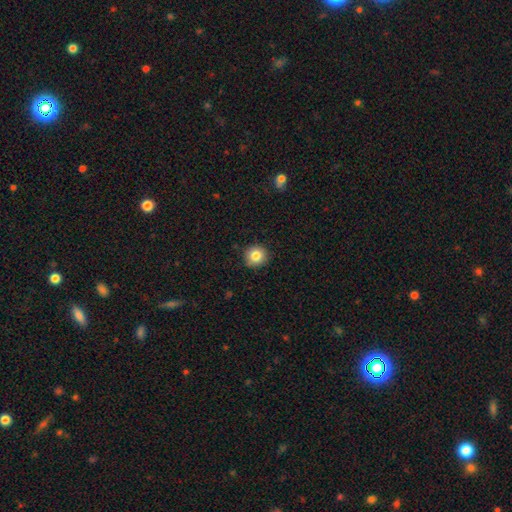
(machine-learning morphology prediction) The model was most divided on "smooth or featured": smooth: 83%, star or artifact: 10%, featured or disk: 7%. More confident: how rounded — round (92%); merging — none (89%).